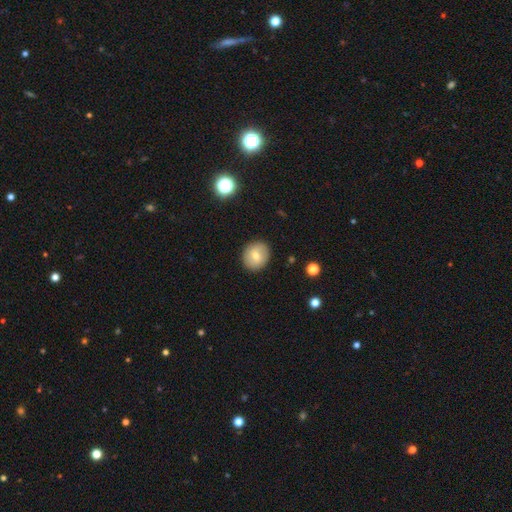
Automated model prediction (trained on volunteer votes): smooth_or_featured: smooth (p=0.71) [alt: featured or disk p=0.21]
how_rounded: round (p=0.78) [alt: in between p=0.21]
merging: none (p=0.89) [alt: minor disturbance p=0.08]